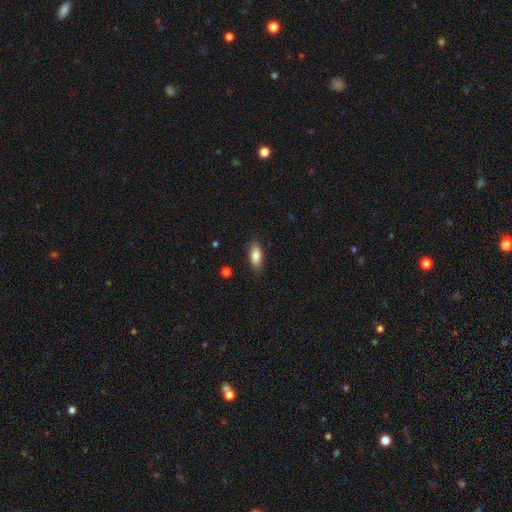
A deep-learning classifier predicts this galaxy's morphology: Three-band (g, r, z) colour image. It shows a smooth galaxy with no disk features (83%) that is in between round and cigar-shaped (83%). Merging: none (85%).